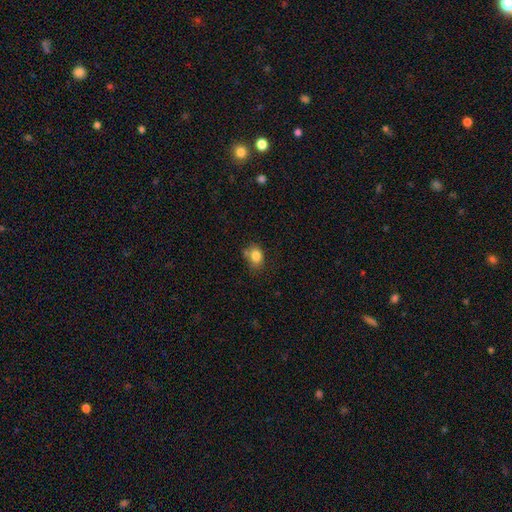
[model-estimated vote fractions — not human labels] Smooth or featured? Predicted: smooth (p=0.82). How rounded? Predicted: in between (p=0.54). Merging? Predicted: none (p=0.57).